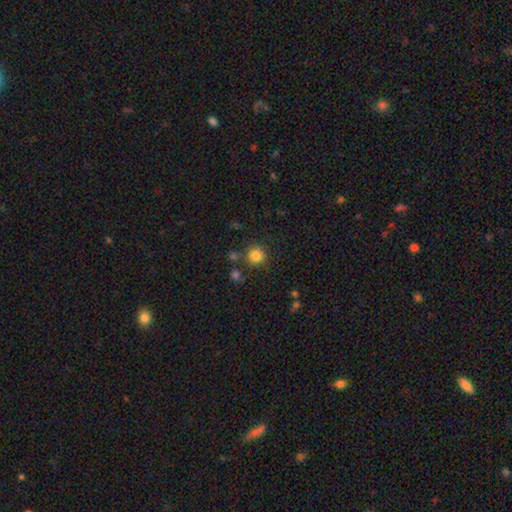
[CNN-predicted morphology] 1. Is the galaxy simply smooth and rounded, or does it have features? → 84% smooth, 12% star or artifact, 5% featured or disk.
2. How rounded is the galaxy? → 93% round, 6% in between, 1% cigar-shaped.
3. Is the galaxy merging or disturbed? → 82% none, 8% minor disturbance, 6% merger, 3% major disturbance.